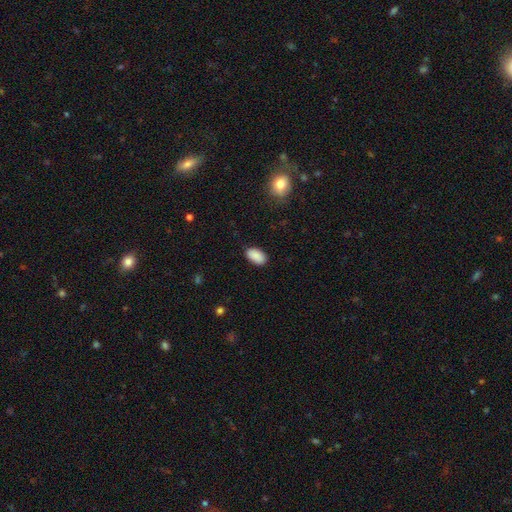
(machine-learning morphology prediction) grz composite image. It shows a smooth galaxy with no disk features (90%) that is in between round and cigar-shaped (94%). Merging: none (85%).